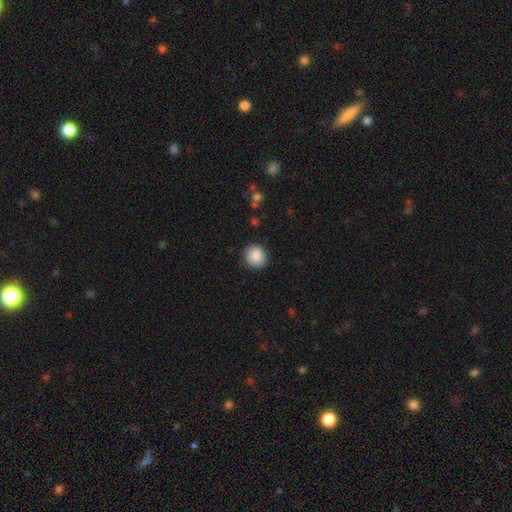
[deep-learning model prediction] Smooth or featured? smooth (88%)
How rounded? round (90%)
Merging? none (90%)